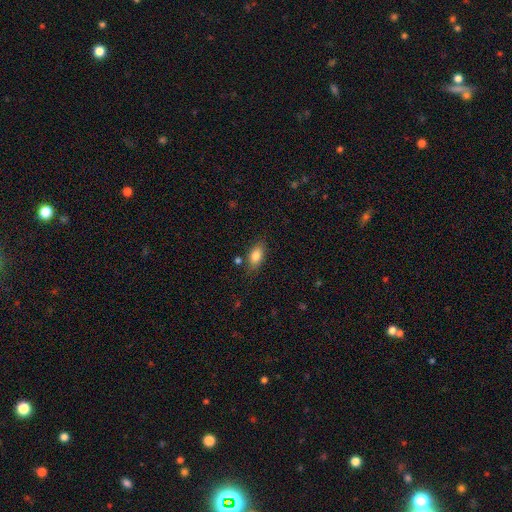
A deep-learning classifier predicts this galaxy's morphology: This is clearly a smooth galaxy (80%). How rounded: clearly in between (86%). Merging: likely none (78%).